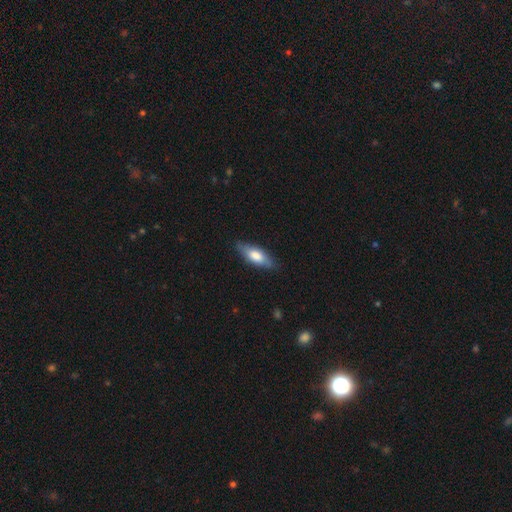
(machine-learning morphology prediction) A smooth galaxy with no disk features (65%) that is in between round and cigar-shaped (58%). Merging: none (82%).